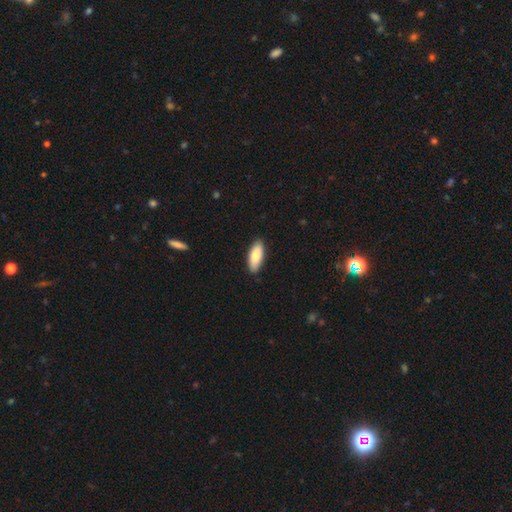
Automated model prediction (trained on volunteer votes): smooth_or_featured: smooth (p=0.84) [alt: featured or disk p=0.11]
how_rounded: in between (p=0.81) [alt: cigar-shaped p=0.17]
merging: none (p=0.88) [alt: minor disturbance p=0.10]